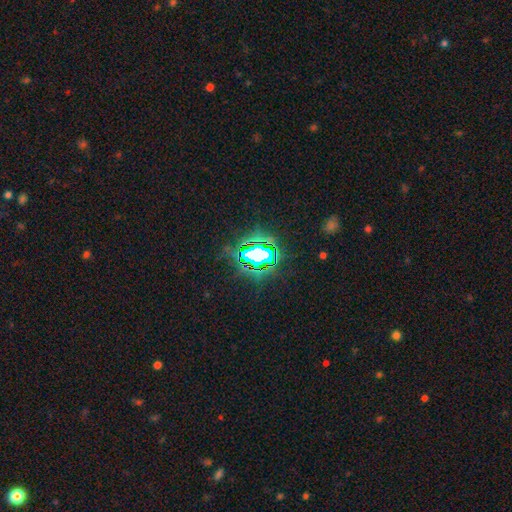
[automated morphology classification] A star or artifact, not a galaxy (81%).